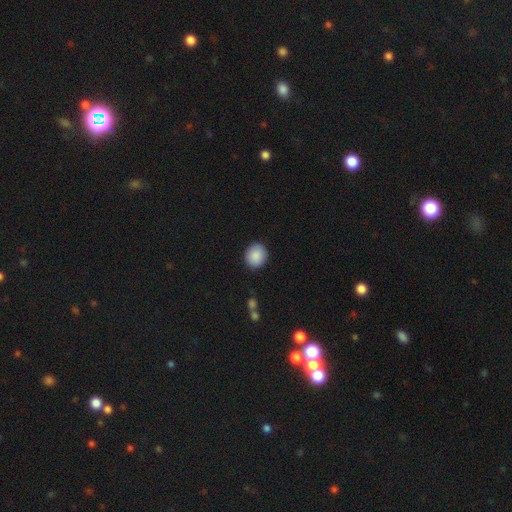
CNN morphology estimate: smooth-or-featured: smooth: 89% | star or artifact: 7% | featured or disk: 4%
  how-rounded: round: 80% | in between: 19% | cigar-shaped: 1%
  merging: none: 89% | minor disturbance: 7% | major disturbance: 2% | merger: 1%